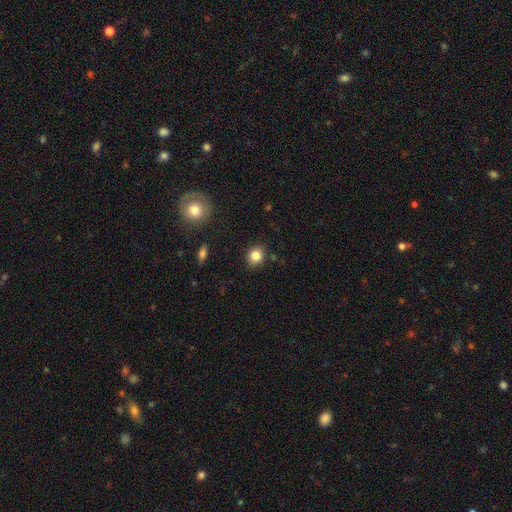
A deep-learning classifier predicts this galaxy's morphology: A smooth galaxy with no disk features (84%) that is round (70%).

Vote fractions:
- Smooth or featured? smooth: 84% / star or artifact: 10% / featured or disk: 6%
- How rounded? round: 70% / in between: 29% / cigar-shaped: 1%
- Merging? none: 86% / minor disturbance: 10% / major disturbance: 2% / merger: 2%